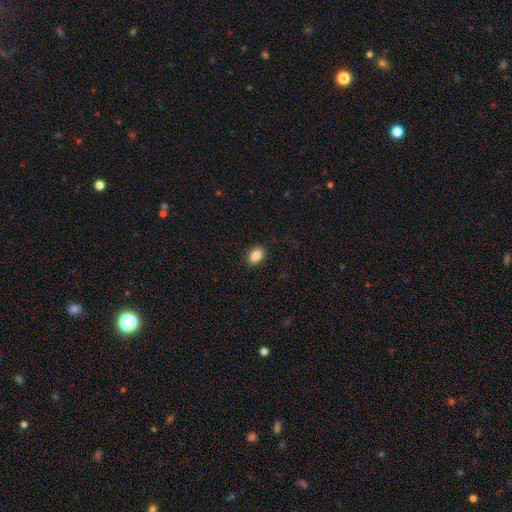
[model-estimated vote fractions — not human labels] A smooth galaxy with no disk features (86%) that is in between round and cigar-shaped (80%). Merging: none (88%).